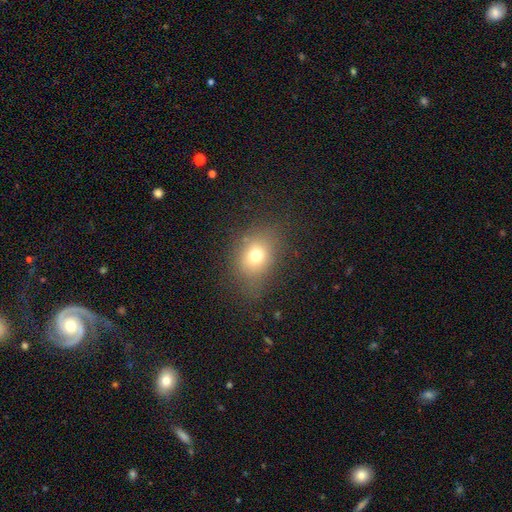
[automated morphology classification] Q: Smooth or featured?
A: smooth (71%); runner-up: star or artifact (16%)
Q: How rounded?
A: in between (52%); runner-up: round (46%)
Q: Merging?
A: none (73%); runner-up: minor disturbance (17%)